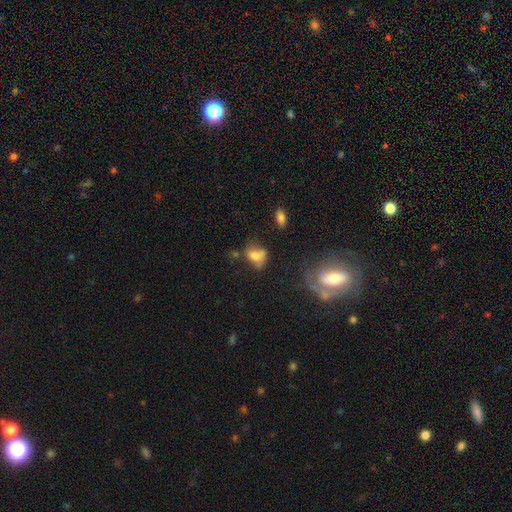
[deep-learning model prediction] smooth 65%, featured or disk 21%, star or artifact 13%. Down the decision tree: how rounded — in between (72%); merging — none (35%).